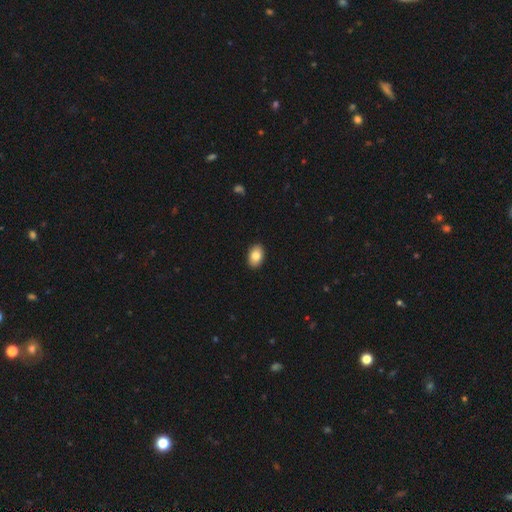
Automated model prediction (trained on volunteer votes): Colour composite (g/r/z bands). It shows a smooth galaxy with no disk features (84%) that is in between round and cigar-shaped (88%). Merging: none (91%).